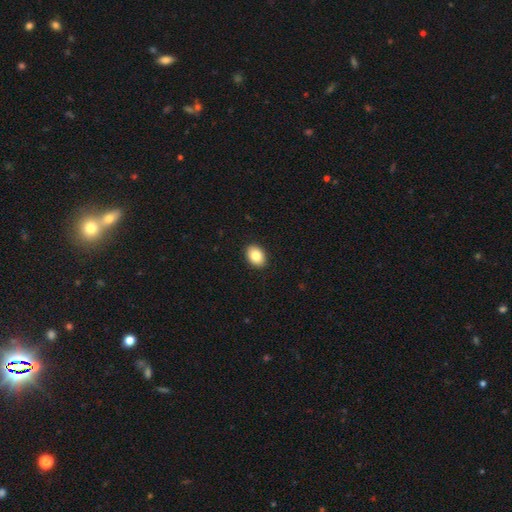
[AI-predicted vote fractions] Smooth or featured?
  - smooth: 85% *
  - featured or disk: 8%
  - star or artifact: 8%
How rounded?
  - in between: 76% *
  - round: 23%
  - cigar-shaped: 1%
Merging?
  - none: 91% *
  - minor disturbance: 6%
  - major disturbance: 2%
  - merger: 1%